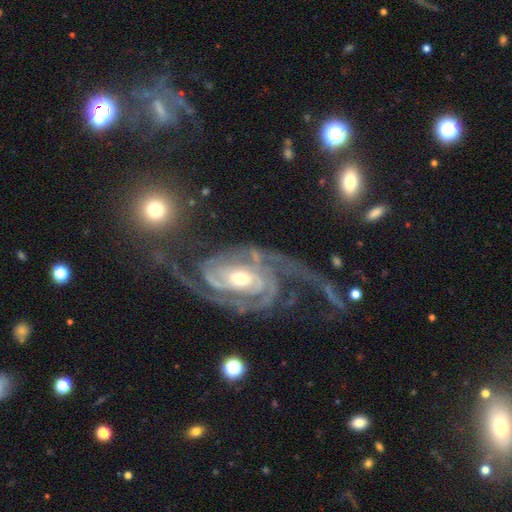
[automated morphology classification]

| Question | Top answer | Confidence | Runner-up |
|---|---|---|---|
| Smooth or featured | featured or disk | 93% | star or artifact (4%) |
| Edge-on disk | no | 97% | yes (3%) |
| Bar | no | 49% | weak (30%) |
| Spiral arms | yes | 98% | no (2%) |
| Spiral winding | tight | 51% | medium (37%) |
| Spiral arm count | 2 | 56% | 3 (18%) |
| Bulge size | moderate | 52% | small (42%) |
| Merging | none | 49% | major disturbance (27%) |